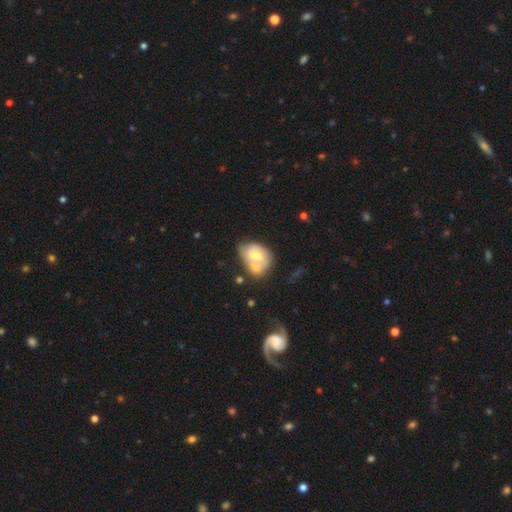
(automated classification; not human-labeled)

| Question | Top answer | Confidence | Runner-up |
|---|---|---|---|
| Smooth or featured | smooth | 50% | featured or disk (43%) |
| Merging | merger | 57% | none (22%) |